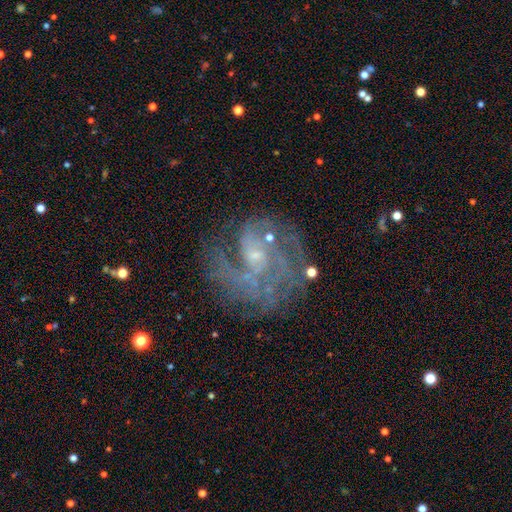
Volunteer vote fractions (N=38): smooth_or_featured: featured or disk (p=0.89) [alt: smooth p=0.08]
disk_edge_on: no (p=1.00)
bar: no (p=0.65) [alt: weak p=0.35]
has_spiral_arms: yes (p=0.82) [alt: no p=0.18]
spiral_winding: tight (p=0.46) [alt: loose p=0.32]
spiral_arm_count: can't tell (p=0.36) [alt: 1 p=0.32]
bulge_size: small (p=0.56) [alt: none p=0.24]
merging: none (p=0.51) [alt: major disturbance p=0.30]